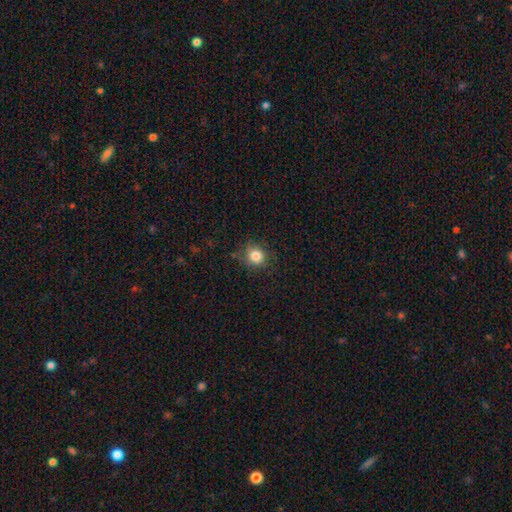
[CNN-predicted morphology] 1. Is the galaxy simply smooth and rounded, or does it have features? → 82% smooth, 11% star or artifact, 6% featured or disk.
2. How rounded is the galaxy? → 84% round, 15% in between, 1% cigar-shaped.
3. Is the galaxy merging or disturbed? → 79% none, 16% minor disturbance, 4% major disturbance, 1% merger.